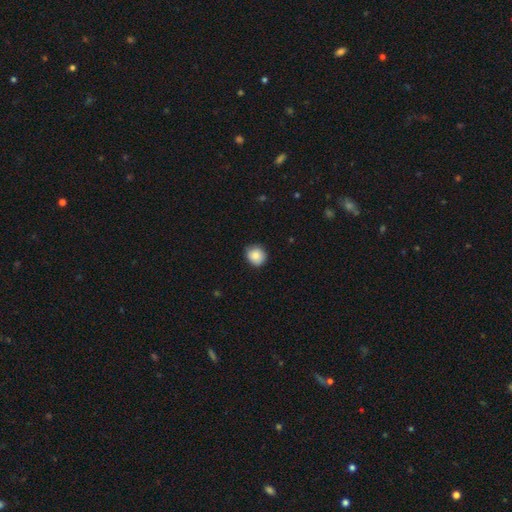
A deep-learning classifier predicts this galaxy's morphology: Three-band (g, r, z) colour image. It shows a smooth galaxy with no disk features (87%) that is round (82%). Merging: none (84%).